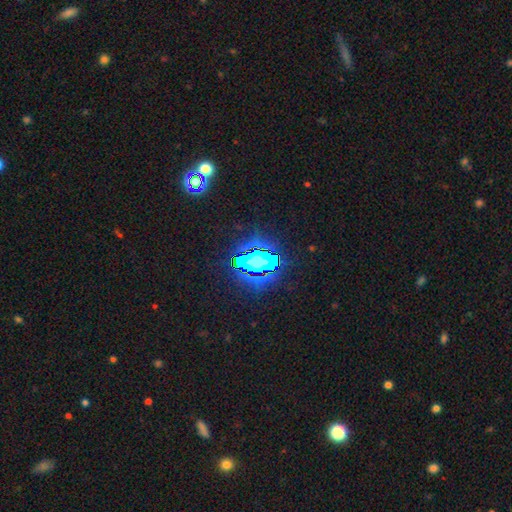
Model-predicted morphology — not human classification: Smooth or featured: star or artifact — 65% (smooth — 20%)